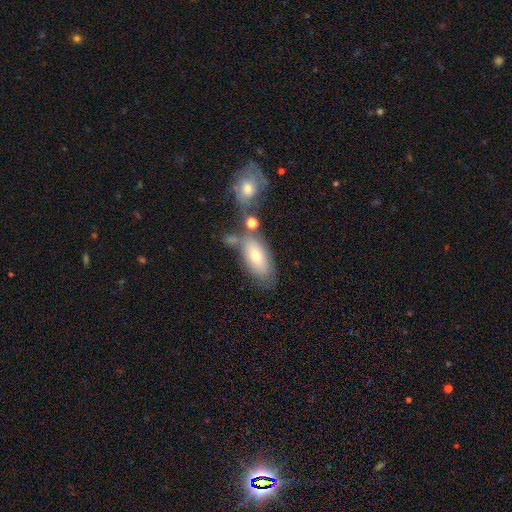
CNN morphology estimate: Overall: smooth (67%). How rounded: in between (87%). Merging: none (52%; merger 24%).